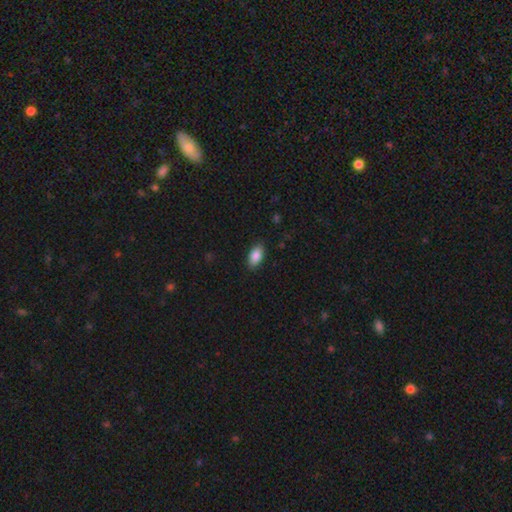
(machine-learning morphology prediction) A smooth galaxy with no disk features (87%) that is in between round and cigar-shaped (92%).

Vote fractions:
- Smooth or featured? smooth: 87% / star or artifact: 7% / featured or disk: 6%
- How rounded? in between: 92% / round: 4% / cigar-shaped: 4%
- Merging? none: 87% / minor disturbance: 10% / major disturbance: 2% / merger: 1%